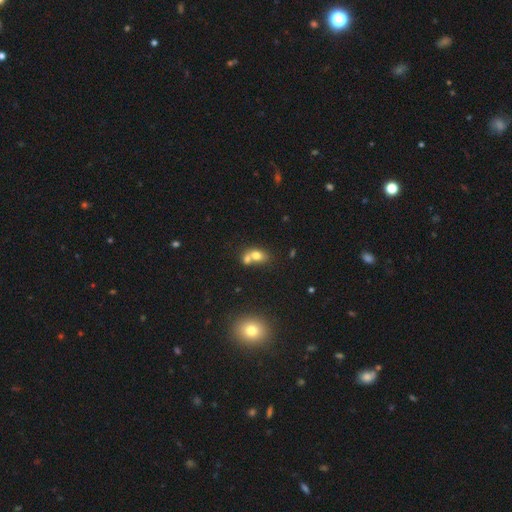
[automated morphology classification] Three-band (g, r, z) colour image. It shows a smooth galaxy with no disk features (70%) that is in between round and cigar-shaped (63%). Merging: merger (61%).